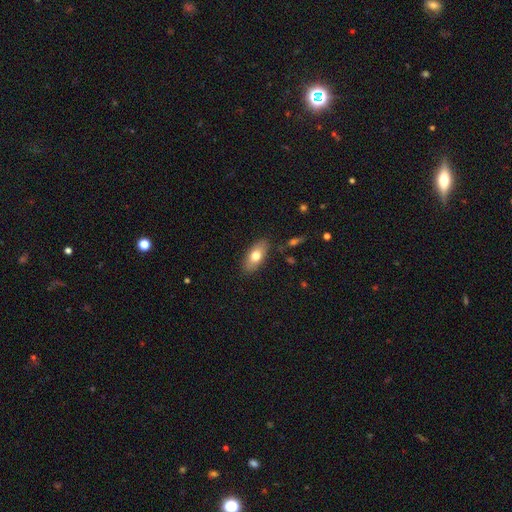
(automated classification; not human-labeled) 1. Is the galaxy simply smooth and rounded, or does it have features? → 72% smooth, 21% featured or disk, 7% star or artifact.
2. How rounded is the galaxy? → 87% in between, 9% cigar-shaped, 4% round.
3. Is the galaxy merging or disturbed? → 85% none, 11% minor disturbance, 2% major disturbance, 2% merger.